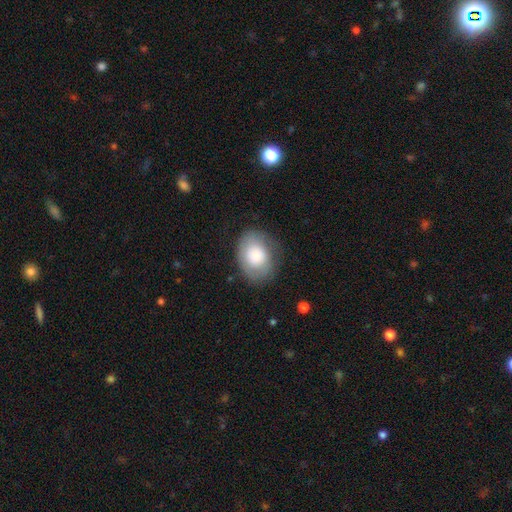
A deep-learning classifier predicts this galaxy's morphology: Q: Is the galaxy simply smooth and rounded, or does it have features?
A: smooth — 72%.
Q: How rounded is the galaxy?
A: in between — 66%.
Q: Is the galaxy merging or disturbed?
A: none — 71%.